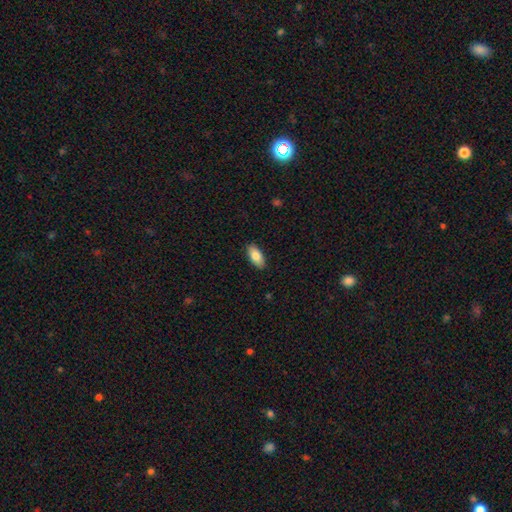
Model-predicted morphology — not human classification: Overall: smooth (84%). How rounded: in between (91%). Merging: none (89%).